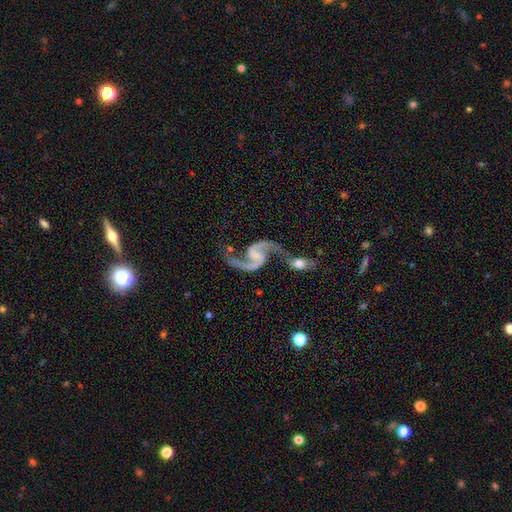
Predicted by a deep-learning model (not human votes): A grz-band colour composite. It shows a featured or disk galaxy (93%) with a weak bar (43%), 2 (94%) loose (70%) spiral arms (98%) and no central bulge (54%). Merging: none (43%).